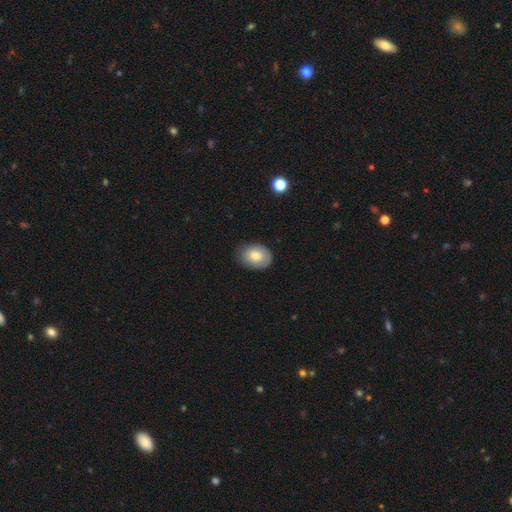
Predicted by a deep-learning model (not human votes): smooth_or_featured: smooth (p=0.77) [alt: featured or disk p=0.16]
how_rounded: in between (p=0.70) [alt: round p=0.29]
merging: none (p=0.79) [alt: minor disturbance p=0.16]